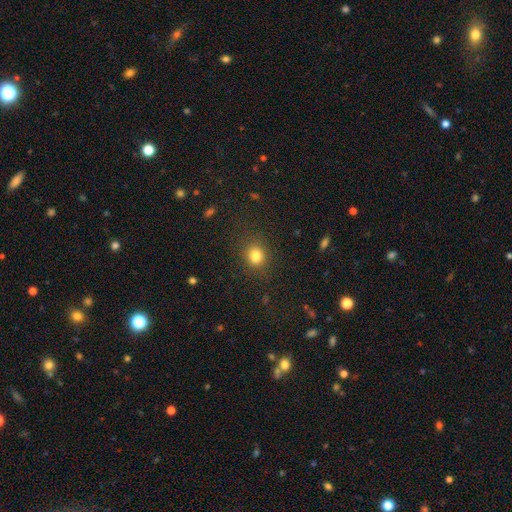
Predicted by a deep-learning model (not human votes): This appears to be a smooth galaxy with no disk features (81%) that is round (70%). Merging: none (83%).